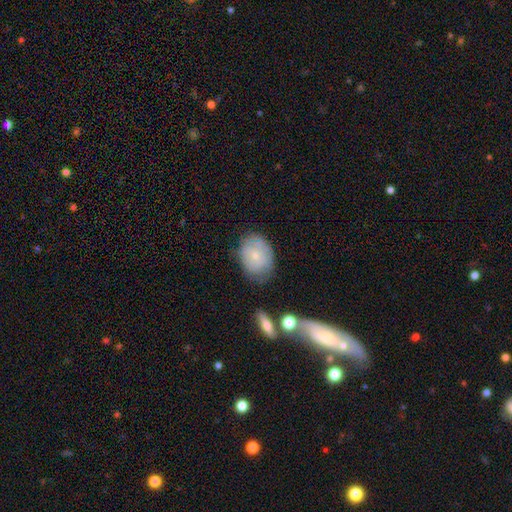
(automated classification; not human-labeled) A smooth galaxy with no disk features (65%) that is in between round and cigar-shaped (64%). Merging: none (64%).